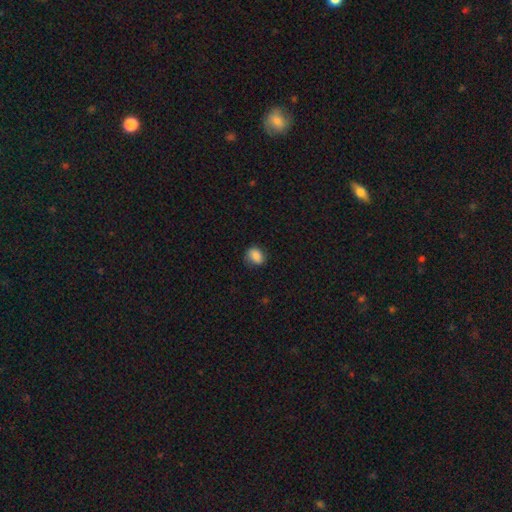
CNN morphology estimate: A smooth galaxy with no disk features (82%) that is in between round and cigar-shaped (50%).

Vote fractions:
- Smooth or featured? smooth: 82% / featured or disk: 9% / star or artifact: 9%
- How rounded? in between: 50% / round: 49% / cigar-shaped: 1%
- Merging? none: 76% / minor disturbance: 18% / major disturbance: 4% / merger: 1%